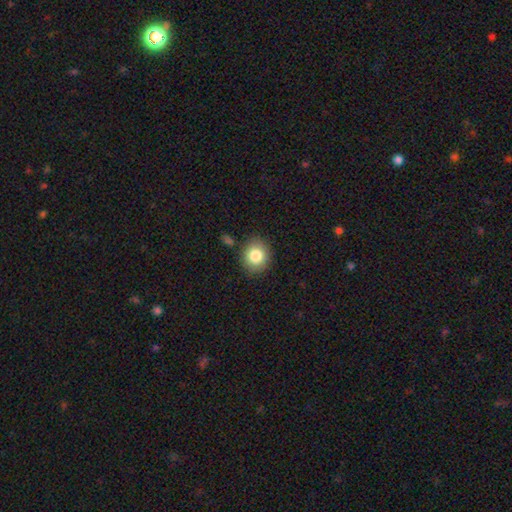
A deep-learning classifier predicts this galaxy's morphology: Q: Smooth or featured?
A: smooth (83%); runner-up: star or artifact (9%)
Q: How rounded?
A: round (74%); runner-up: in between (25%)
Q: Merging?
A: none (84%); runner-up: minor disturbance (10%)